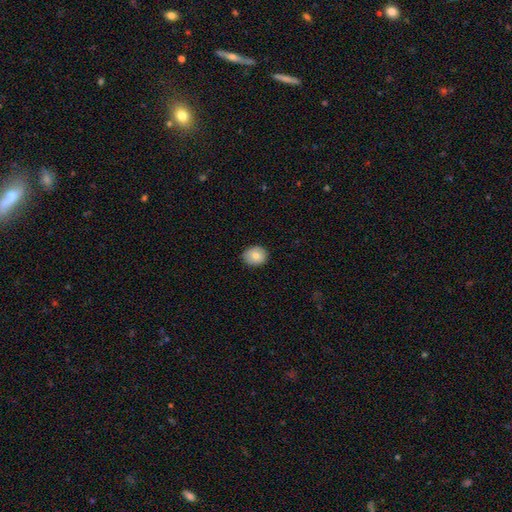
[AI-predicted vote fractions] Smooth or featured: smooth — 79% (featured or disk — 14%)
How rounded: round — 55% (in between — 44%)
Merging: none — 87% (minor disturbance — 10%)